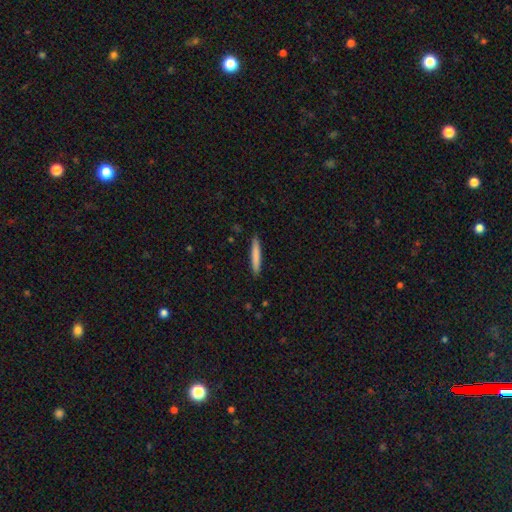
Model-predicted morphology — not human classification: smooth 79%, featured or disk 15%, star or artifact 6%. Down the decision tree: how rounded — cigar-shaped (94%); merging — none (91%).